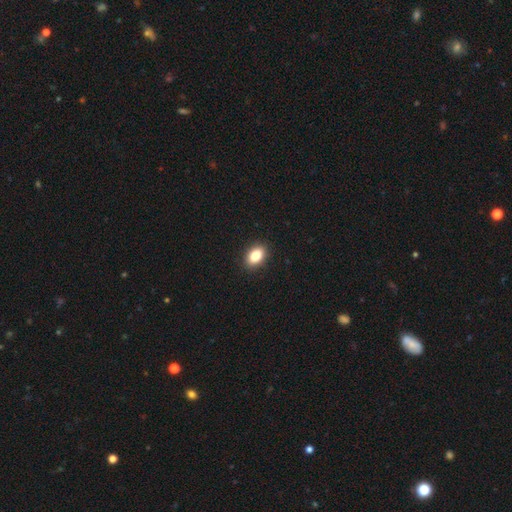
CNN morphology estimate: A smooth galaxy with no disk features (84%) that is in between round and cigar-shaped (83%). Merging: none (91%).